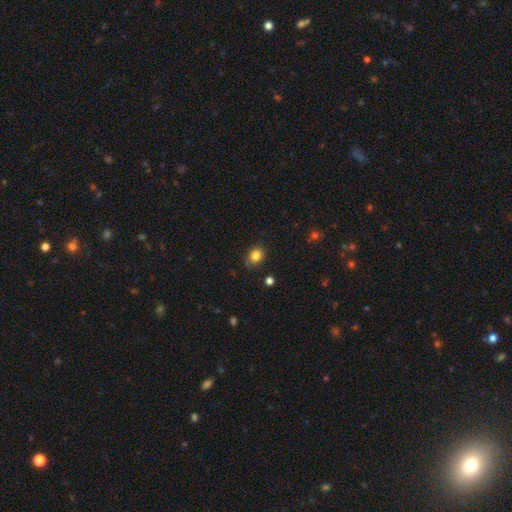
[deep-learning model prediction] Overall: smooth (83%). How rounded: round (64%; in between 36%). Merging: none (82%).